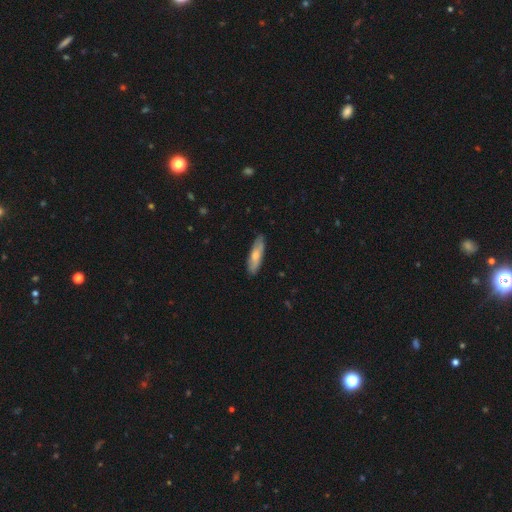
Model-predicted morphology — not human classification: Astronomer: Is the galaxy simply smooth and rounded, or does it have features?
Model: smooth — 69%.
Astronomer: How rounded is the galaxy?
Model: cigar-shaped — 64%.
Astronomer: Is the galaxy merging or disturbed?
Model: none — 85%.